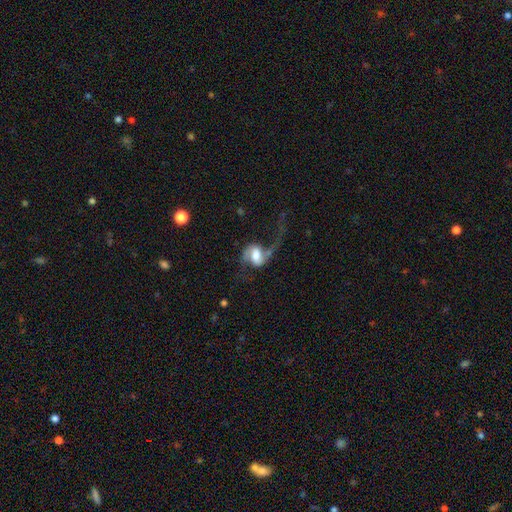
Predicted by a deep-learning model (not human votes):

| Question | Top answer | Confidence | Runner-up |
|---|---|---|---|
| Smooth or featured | featured or disk | 74% | smooth (19%) |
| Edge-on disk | no | 97% | yes (3%) |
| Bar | weak | 44% | no (31%) |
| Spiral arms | yes | 92% | no (8%) |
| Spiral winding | loose | 80% | medium (17%) |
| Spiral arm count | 2 | 81% | 1 (14%) |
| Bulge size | moderate | 39% | large (35%) |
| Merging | none | 40% | major disturbance (39%) |